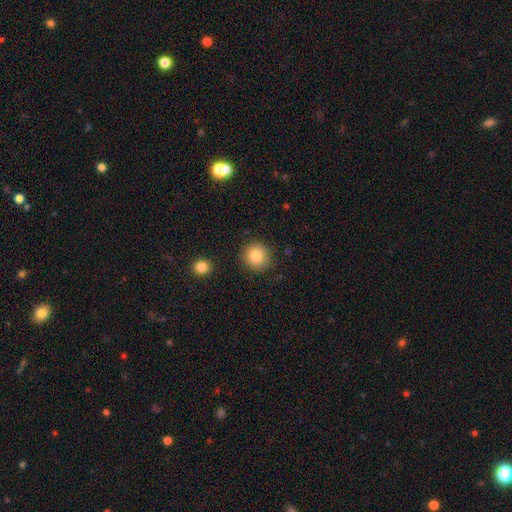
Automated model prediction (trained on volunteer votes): Smooth or featured: smooth — 84% (star or artifact — 9%)
How rounded: round — 92% (in between — 8%)
Merging: none — 88% (minor disturbance — 8%)